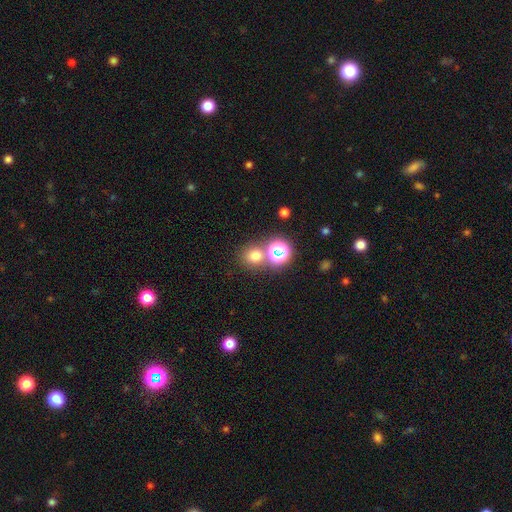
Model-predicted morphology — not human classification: Smooth or featured?
  - smooth: 68% *
  - star or artifact: 25%
  - featured or disk: 7%
How rounded?
  - round: 85% *
  - in between: 14%
  - cigar-shaped: 1%
Merging?
  - none: 67% *
  - merger: 22%
  - minor disturbance: 8%
  - major disturbance: 3%